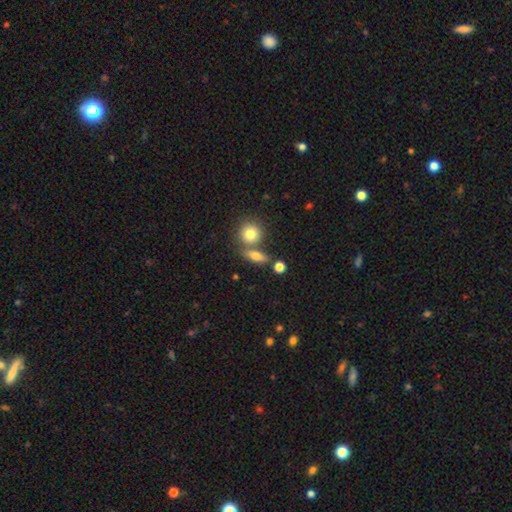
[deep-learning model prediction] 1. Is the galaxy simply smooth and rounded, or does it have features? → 69% smooth, 21% featured or disk, 10% star or artifact.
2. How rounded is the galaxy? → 53% in between, 26% cigar-shaped, 22% round.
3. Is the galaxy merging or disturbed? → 63% none, 22% merger, 11% minor disturbance, 4% major disturbance.